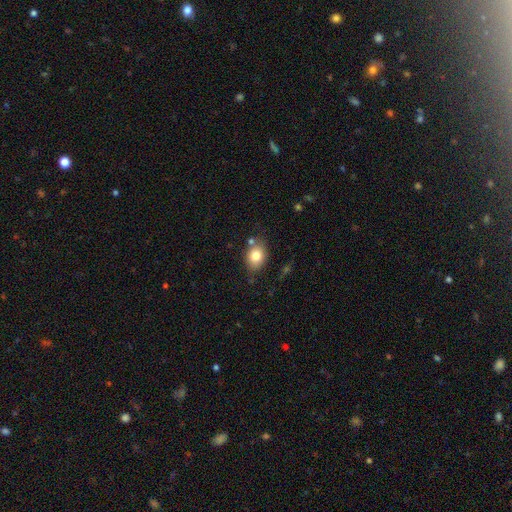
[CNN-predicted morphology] Smooth or featured: smooth — 79% (featured or disk — 11%)
How rounded: in between — 60% (round — 39%)
Merging: none — 73% (minor disturbance — 16%)